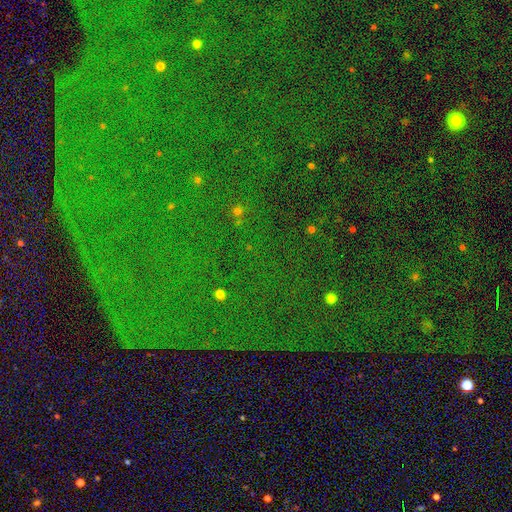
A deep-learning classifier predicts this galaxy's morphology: Smooth or featured? Predicted: star or artifact (p=0.86).